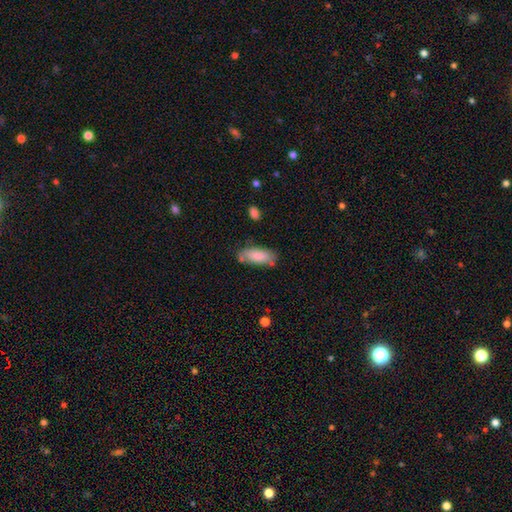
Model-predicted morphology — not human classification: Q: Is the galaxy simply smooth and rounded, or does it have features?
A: smooth — 79%.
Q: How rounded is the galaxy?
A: in between — 82%.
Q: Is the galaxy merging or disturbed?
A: none — 68%.